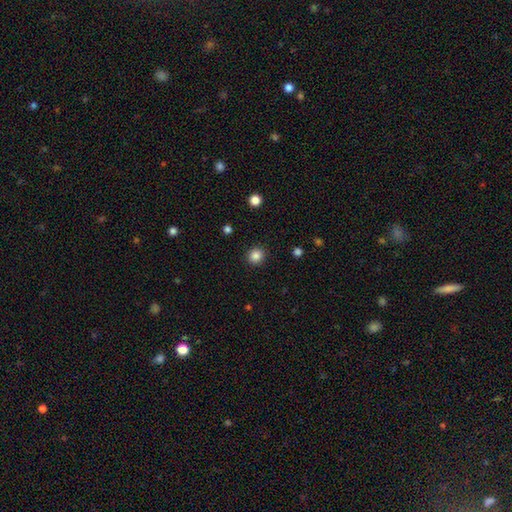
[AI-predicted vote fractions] A smooth galaxy with no disk features (85%) that is round (88%). Merging: none (91%).